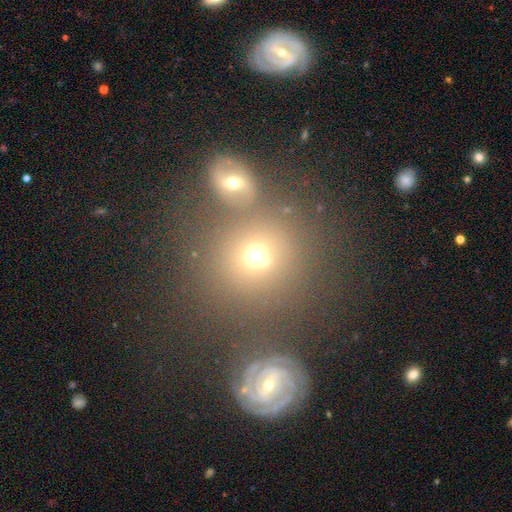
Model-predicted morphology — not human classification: Smooth or featured?
  - smooth: 61% *
  - featured or disk: 24%
  - star or artifact: 15%
How rounded?
  - round: 82% *
  - in between: 17%
  - cigar-shaped: 1%
Merging?
  - none: 60% *
  - merger: 23%
  - minor disturbance: 12%
  - major disturbance: 6%